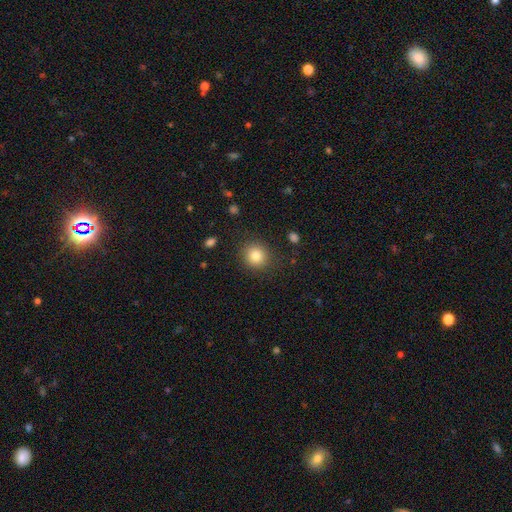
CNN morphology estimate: Smooth or featured?
  - smooth: 83% *
  - star or artifact: 10%
  - featured or disk: 7%
How rounded?
  - round: 87% *
  - in between: 12%
  - cigar-shaped: 1%
Merging?
  - none: 87% *
  - minor disturbance: 8%
  - major disturbance: 3%
  - merger: 1%